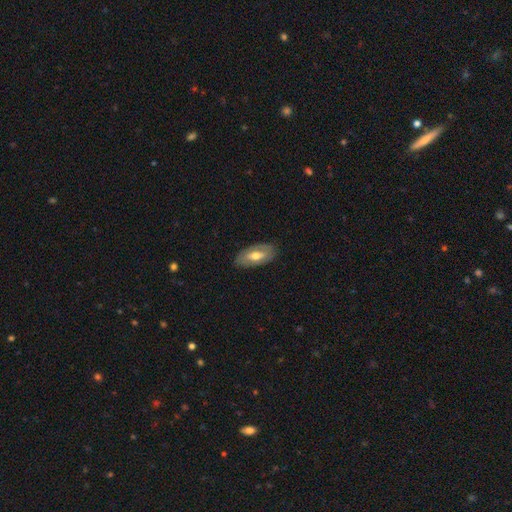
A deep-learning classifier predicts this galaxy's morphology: type=featured or disk (51%); edge-on=no (86%); merging=none (84%).